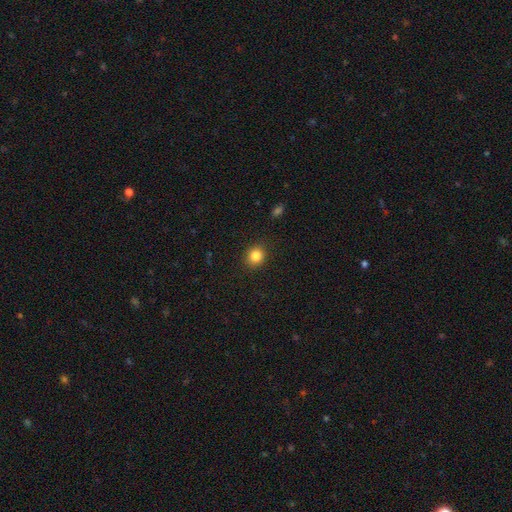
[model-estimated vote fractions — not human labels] Smooth or featured? smooth (84%)
How rounded? round (81%)
Merging? none (89%)